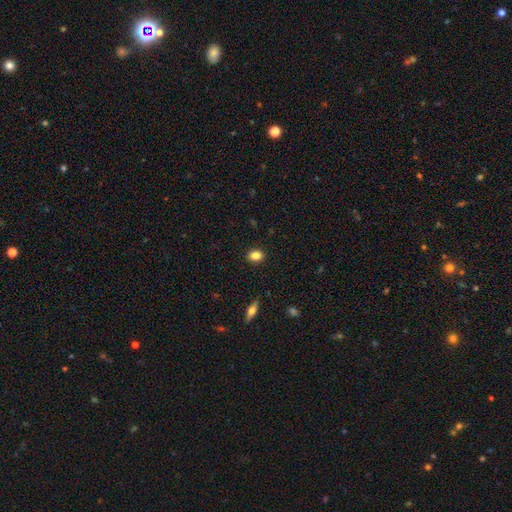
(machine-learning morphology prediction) Q: Smooth or featured?
A: smooth (82%); runner-up: star or artifact (10%)
Q: How rounded?
A: in between (57%); runner-up: round (41%)
Q: Merging?
A: none (90%); runner-up: minor disturbance (7%)